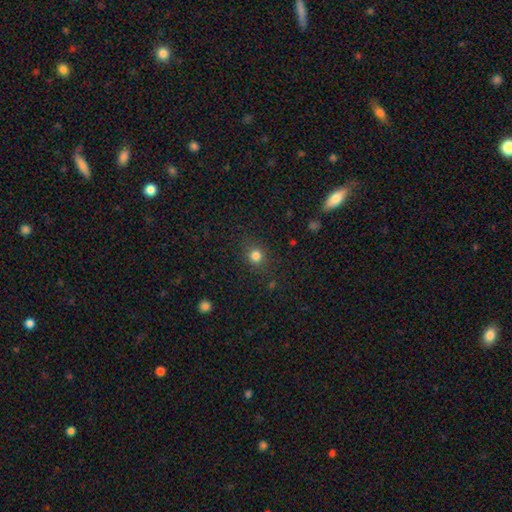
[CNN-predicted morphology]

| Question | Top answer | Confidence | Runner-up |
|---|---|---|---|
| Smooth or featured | smooth | 81% | star or artifact (14%) |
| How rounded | round | 87% | in between (12%) |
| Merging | none | 86% | minor disturbance (9%) |